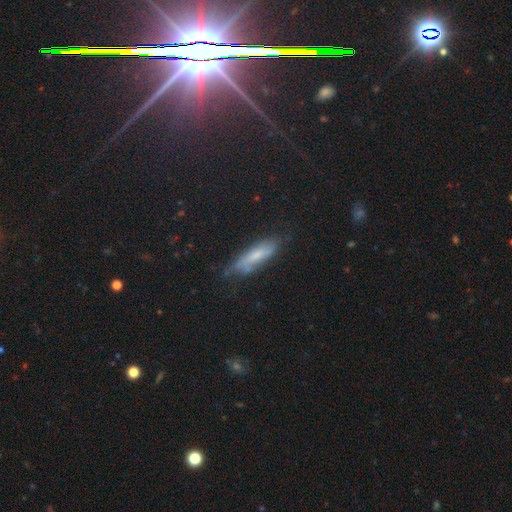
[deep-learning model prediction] This is possibly a smooth galaxy (55%). How rounded: likely cigar-shaped (63%). Merging: likely none (69%).